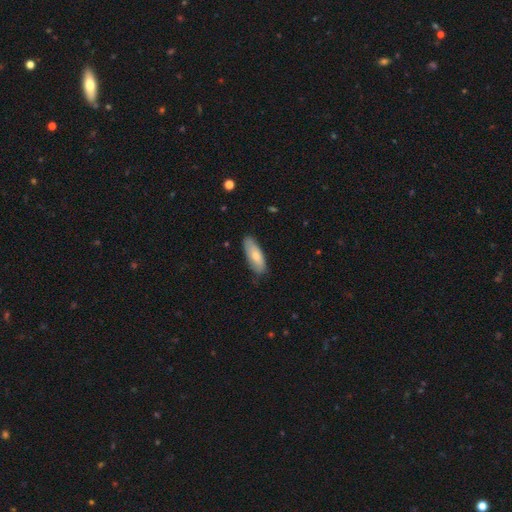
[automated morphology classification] smooth_or_featured: smooth (p=0.73) [alt: featured or disk p=0.21]
how_rounded: in between (p=0.65) [alt: cigar-shaped p=0.33]
merging: none (p=0.79) [alt: minor disturbance p=0.17]